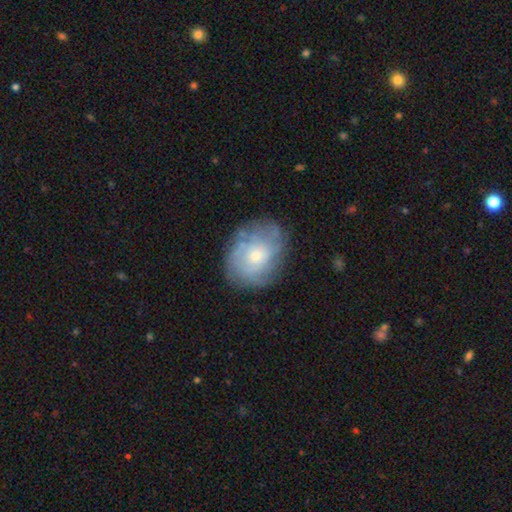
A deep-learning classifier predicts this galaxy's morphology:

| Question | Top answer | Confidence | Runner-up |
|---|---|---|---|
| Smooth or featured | featured or disk | 60% | smooth (32%) |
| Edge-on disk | no | 96% | yes (4%) |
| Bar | no | 84% | weak (14%) |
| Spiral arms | yes | 73% | no (27%) |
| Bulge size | small | 52% | moderate (43%) |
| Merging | none | 73% | minor disturbance (18%) |